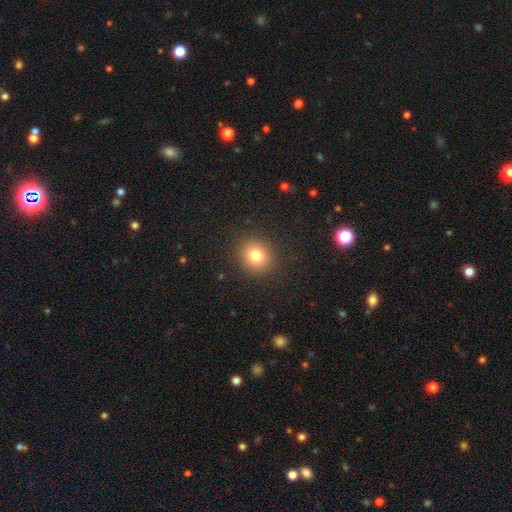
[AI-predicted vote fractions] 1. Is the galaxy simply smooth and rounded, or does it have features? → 80% smooth, 12% star or artifact, 8% featured or disk.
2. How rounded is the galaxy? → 85% round, 14% in between, 1% cigar-shaped.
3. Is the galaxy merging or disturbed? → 90% none, 7% minor disturbance, 3% major disturbance, 1% merger.